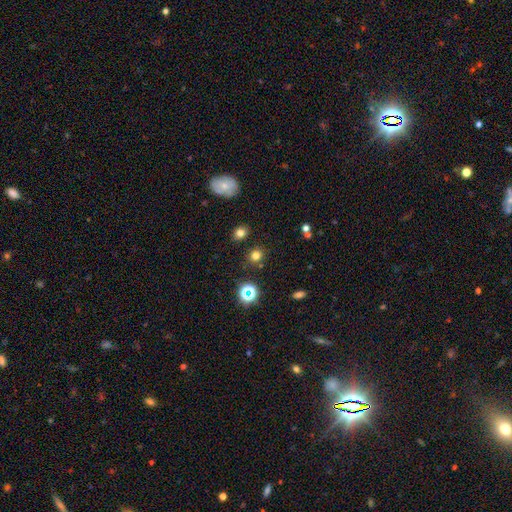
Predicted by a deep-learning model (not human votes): This appears to be a smooth galaxy with no disk features (72%) that is round (72%). Merging: none (85%).